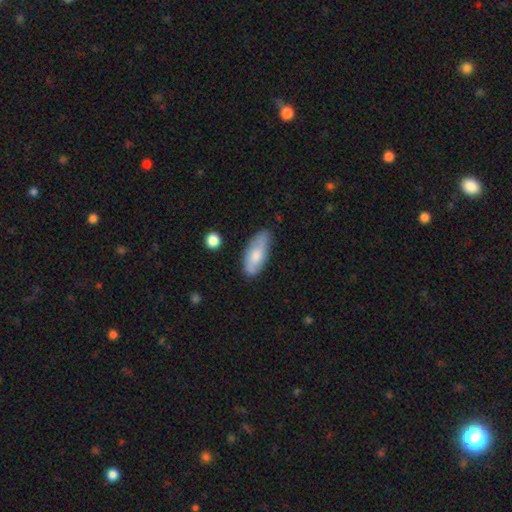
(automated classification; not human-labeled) smooth_or_featured: smooth (p=0.69) [alt: featured or disk p=0.25]
how_rounded: in between (p=0.83) [alt: cigar-shaped p=0.15]
merging: none (p=0.73) [alt: minor disturbance p=0.21]